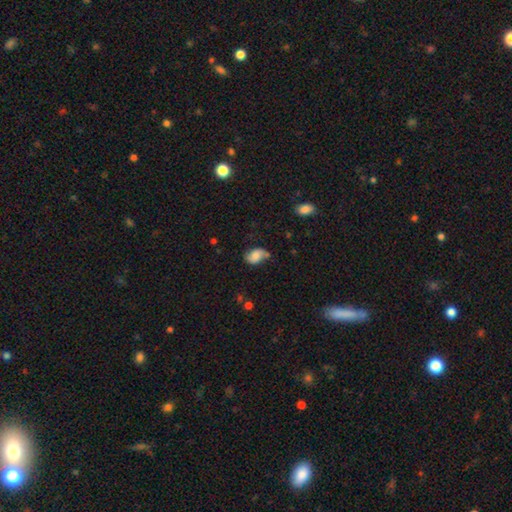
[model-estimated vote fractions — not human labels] smooth-or-featured: smooth: 61% | featured or disk: 30% | star or artifact: 9%
  how-rounded: in between: 85% | round: 14% | cigar-shaped: 2%
  merging: none: 57% | minor disturbance: 30% | major disturbance: 9% | merger: 4%